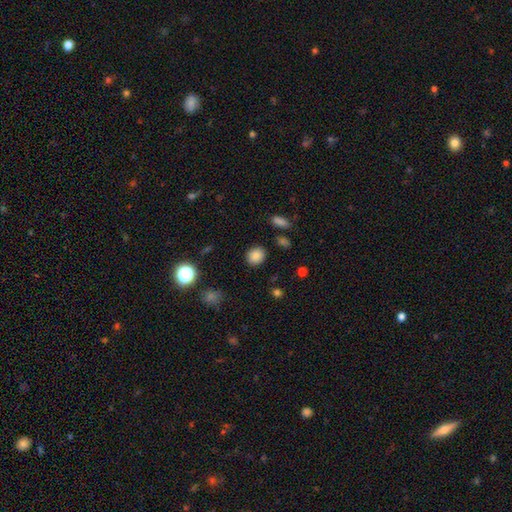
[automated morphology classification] This appears to be a smooth galaxy with no disk features (84%) that is round (74%). Merging: none (89%).